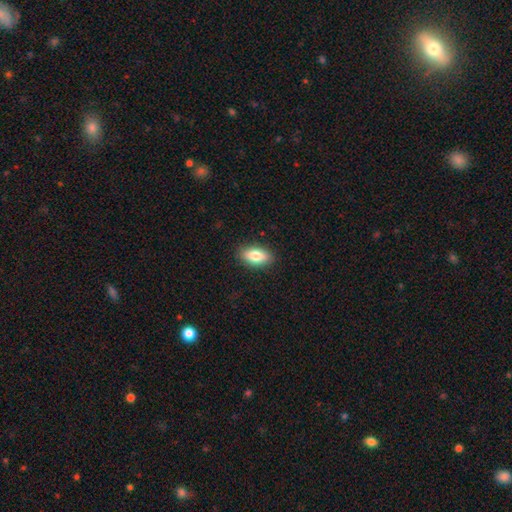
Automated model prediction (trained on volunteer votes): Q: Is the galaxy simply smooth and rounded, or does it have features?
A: smooth — 82%.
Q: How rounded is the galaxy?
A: in between — 89%.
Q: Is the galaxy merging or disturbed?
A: none — 88%.